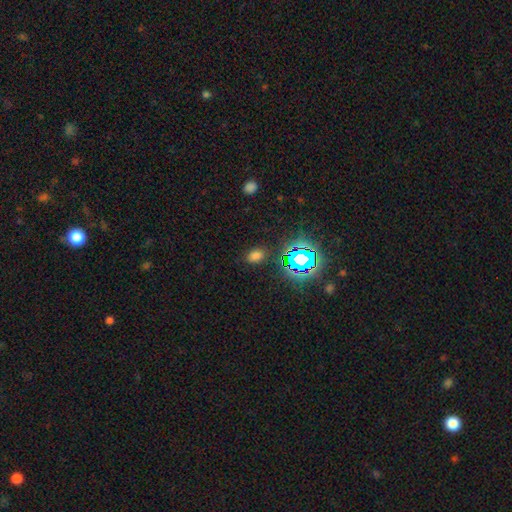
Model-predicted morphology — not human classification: Smooth or featured? Predicted: smooth (p=0.68). How rounded? Predicted: in between (p=0.81). Merging? Predicted: none (p=0.85).